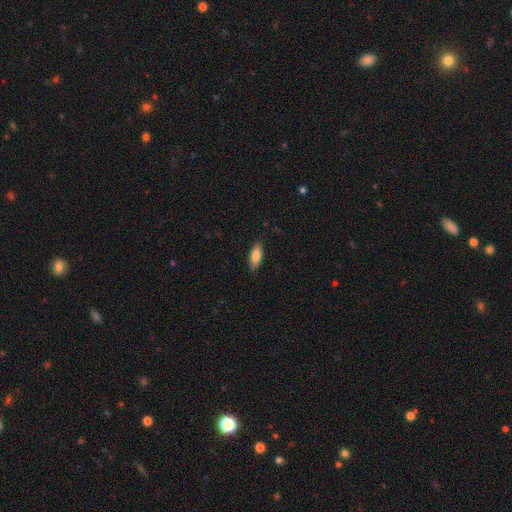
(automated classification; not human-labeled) smooth_or_featured: smooth (p=0.81) [alt: featured or disk p=0.12]
how_rounded: in between (p=0.76) [alt: cigar-shaped p=0.22]
merging: none (p=0.86) [alt: minor disturbance p=0.11]